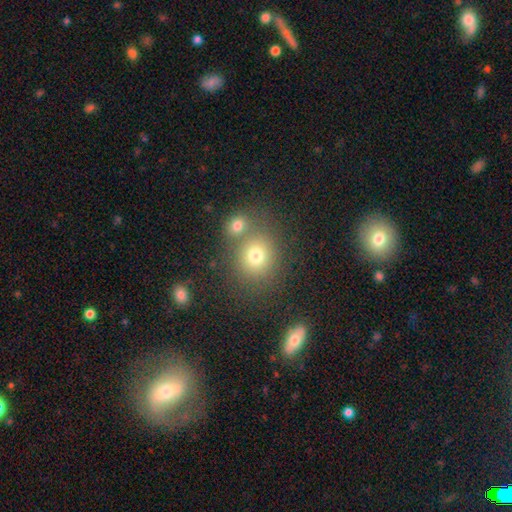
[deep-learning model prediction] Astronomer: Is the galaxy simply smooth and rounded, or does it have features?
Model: smooth — 74%.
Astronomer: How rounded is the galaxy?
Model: round — 76%.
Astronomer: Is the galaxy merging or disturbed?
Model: none — 62%.